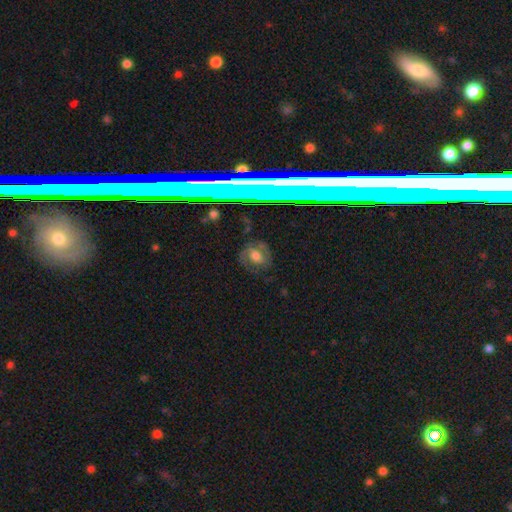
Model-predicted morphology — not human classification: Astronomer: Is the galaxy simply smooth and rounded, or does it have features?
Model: featured or disk — 51% (runner-up: smooth, 34%).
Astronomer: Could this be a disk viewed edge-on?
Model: no — 95%.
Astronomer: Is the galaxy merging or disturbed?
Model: none — 70%.